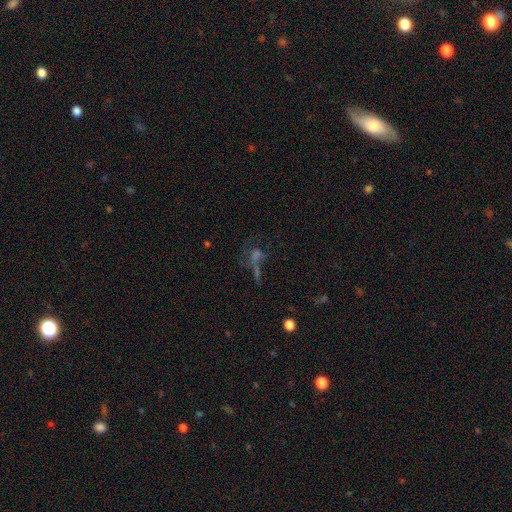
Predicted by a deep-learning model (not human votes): The model was most divided on "smooth or featured": star or artifact: 41%, smooth: 32%, featured or disk: 28%.